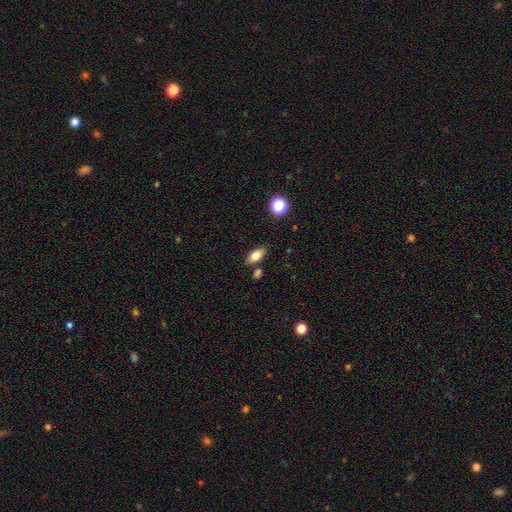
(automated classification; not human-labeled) smooth 75%, featured or disk 15%, star or artifact 9%. Down the decision tree: how rounded — in between (85%); merging — none (81%).